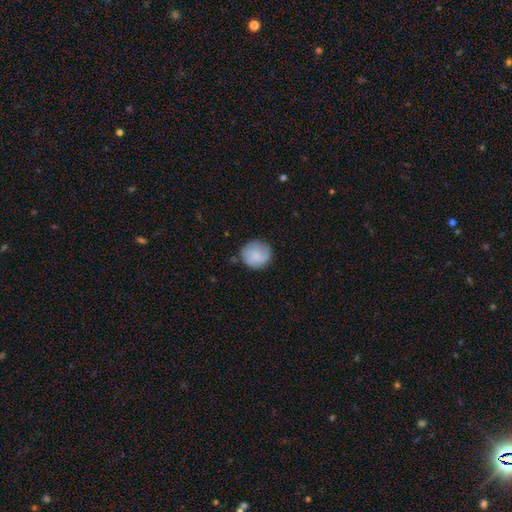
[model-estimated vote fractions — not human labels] Q: Smooth or featured?
A: smooth (67%); runner-up: featured or disk (26%)
Q: How rounded?
A: round (91%); runner-up: in between (8%)
Q: Merging?
A: none (76%); runner-up: minor disturbance (17%)